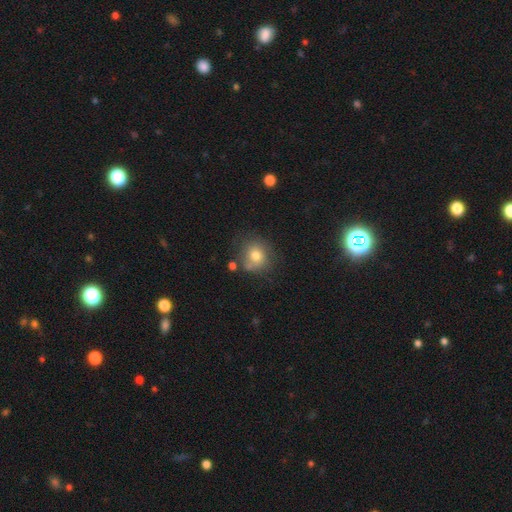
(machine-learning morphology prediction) smooth-or-featured: smooth: 76% | featured or disk: 14% | star or artifact: 10%
  how-rounded: round: 84% | in between: 15% | cigar-shaped: 1%
  merging: none: 66% | minor disturbance: 19% | merger: 8% | major disturbance: 7%